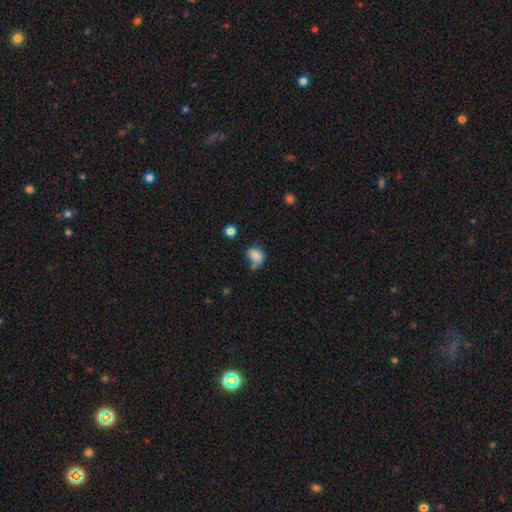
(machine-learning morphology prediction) Smooth or featured? smooth (82%)
How rounded? in between (69%)
Merging? none (47%)